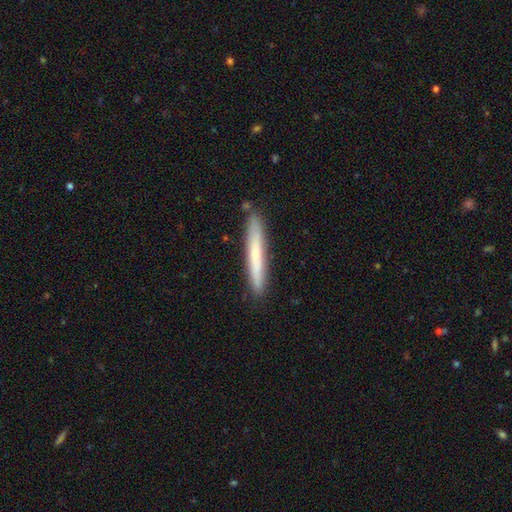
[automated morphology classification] Smooth or featured: smooth — 56% (featured or disk — 38%)
How rounded: cigar-shaped — 96% (in between — 3%)
Merging: none — 87% (minor disturbance — 9%)